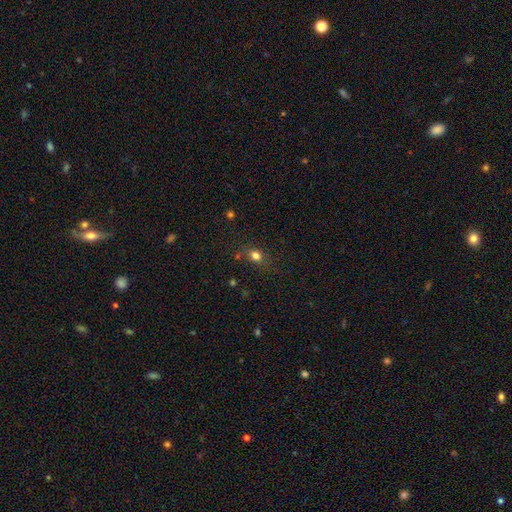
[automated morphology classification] The model was most divided on "how rounded": round: 51%, in between: 47%, cigar-shaped: 2%. More confident: smooth or featured — smooth (78%); merging — none (74%).